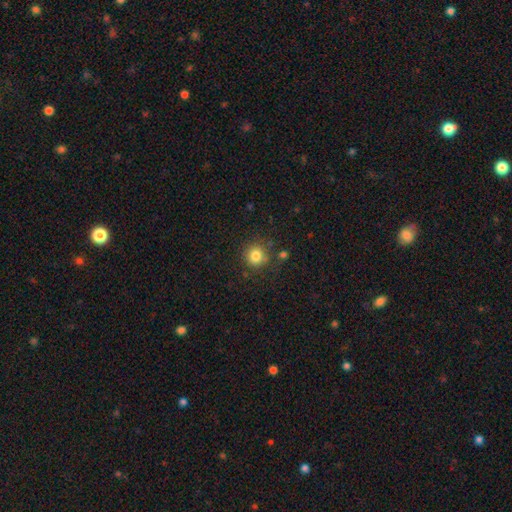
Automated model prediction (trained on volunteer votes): smooth-or-featured: smooth: 81% | star or artifact: 12% | featured or disk: 7%
  how-rounded: round: 93% | in between: 6% | cigar-shaped: 1%
  merging: none: 81% | minor disturbance: 10% | merger: 5% | major disturbance: 3%